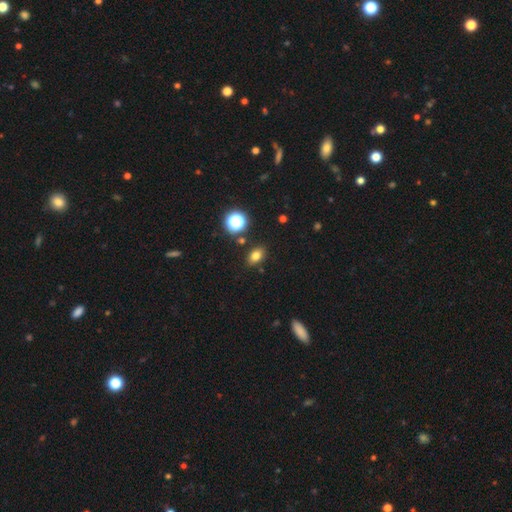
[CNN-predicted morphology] Smooth or featured?
  - smooth: 76% *
  - star or artifact: 15%
  - featured or disk: 9%
How rounded?
  - in between: 74% *
  - round: 24%
  - cigar-shaped: 2%
Merging?
  - none: 85% *
  - minor disturbance: 9%
  - merger: 4%
  - major disturbance: 2%